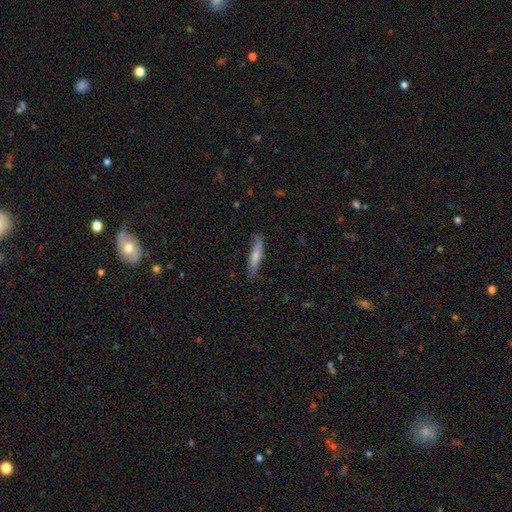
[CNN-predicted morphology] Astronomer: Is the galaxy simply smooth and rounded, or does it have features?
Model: smooth — 69%.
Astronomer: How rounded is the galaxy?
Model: cigar-shaped — 83%.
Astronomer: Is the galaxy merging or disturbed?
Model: none — 78%.